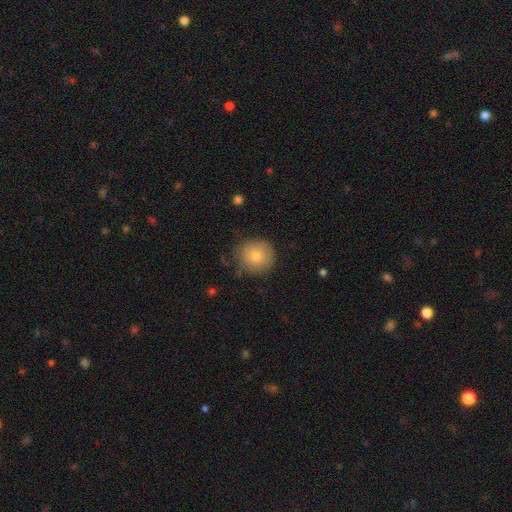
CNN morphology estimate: This appears to be a smooth galaxy with no disk features (76%) that is round (88%). Merging: none (73%).